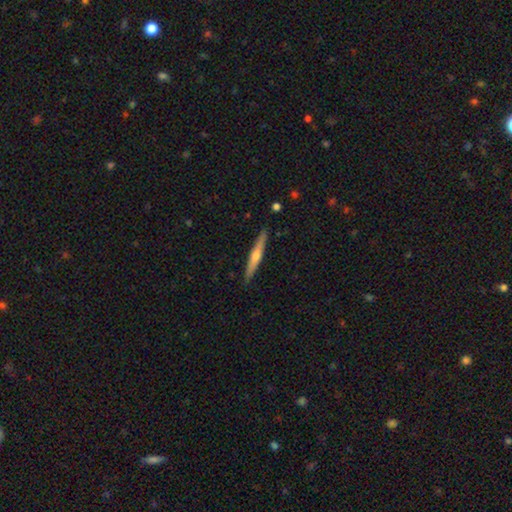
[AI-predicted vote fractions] Smooth or featured?
  - featured or disk: 61% *
  - smooth: 33%
  - star or artifact: 6%
Edge-on disk?
  - yes: 97% *
  - no: 3%
Edge-on bulge?
  - rounded: 82% *
  - none: 13%
  - boxy: 4%
Merging?
  - none: 91% *
  - minor disturbance: 6%
  - major disturbance: 1%
  - merger: 1%